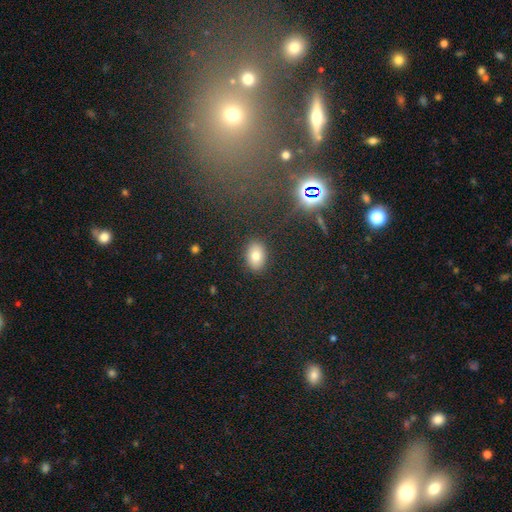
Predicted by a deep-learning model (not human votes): Smooth or featured?
  - smooth: 77% *
  - star or artifact: 12%
  - featured or disk: 11%
How rounded?
  - in between: 81% *
  - round: 18%
  - cigar-shaped: 1%
Merging?
  - none: 88% *
  - minor disturbance: 8%
  - major disturbance: 3%
  - merger: 1%